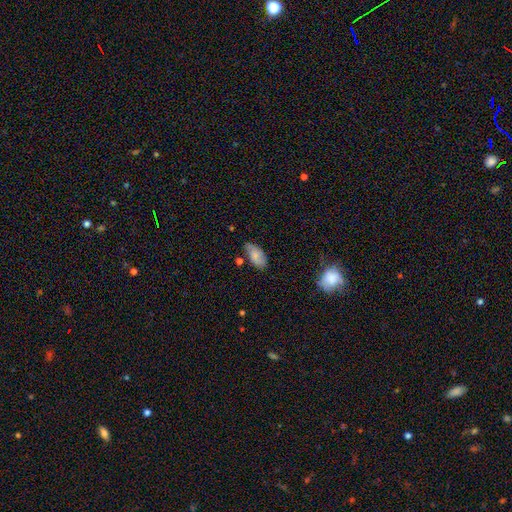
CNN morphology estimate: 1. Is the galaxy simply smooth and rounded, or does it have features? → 72% smooth, 21% featured or disk, 7% star or artifact.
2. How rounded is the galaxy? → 93% in between, 4% cigar-shaped, 3% round.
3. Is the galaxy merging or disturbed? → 66% none, 25% minor disturbance, 5% major disturbance, 4% merger.